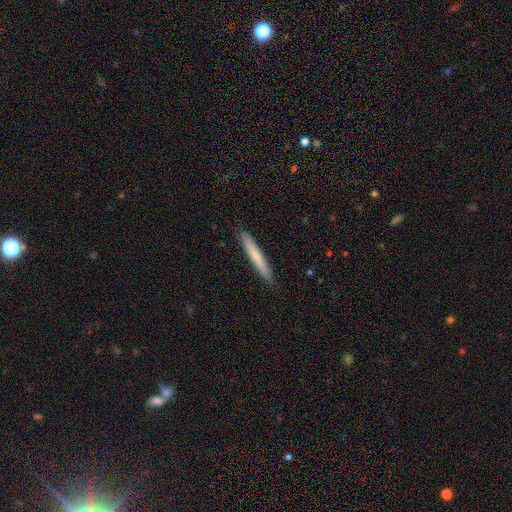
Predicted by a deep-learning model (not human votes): Q: Smooth or featured?
A: smooth (70%); runner-up: featured or disk (25%)
Q: How rounded?
A: cigar-shaped (96%); runner-up: in between (3%)
Q: Merging?
A: none (91%); runner-up: minor disturbance (7%)